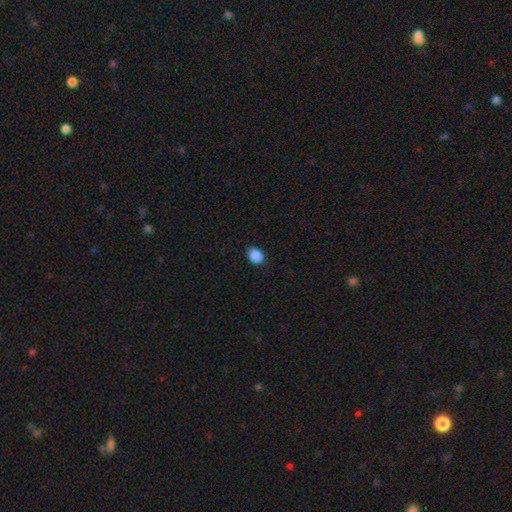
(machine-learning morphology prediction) Smooth or featured: smooth — 89% (star or artifact — 8%)
How rounded: in between — 68% (round — 31%)
Merging: none — 87% (minor disturbance — 10%)